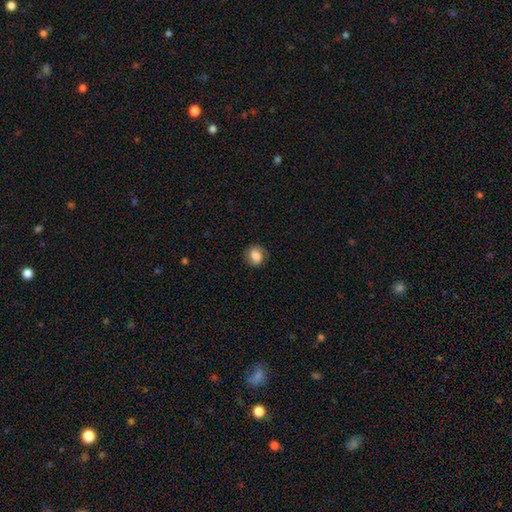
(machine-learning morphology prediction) Q: Smooth or featured?
A: smooth (74%); runner-up: featured or disk (17%)
Q: How rounded?
A: round (61%); runner-up: in between (38%)
Q: Merging?
A: none (75%); runner-up: minor disturbance (18%)